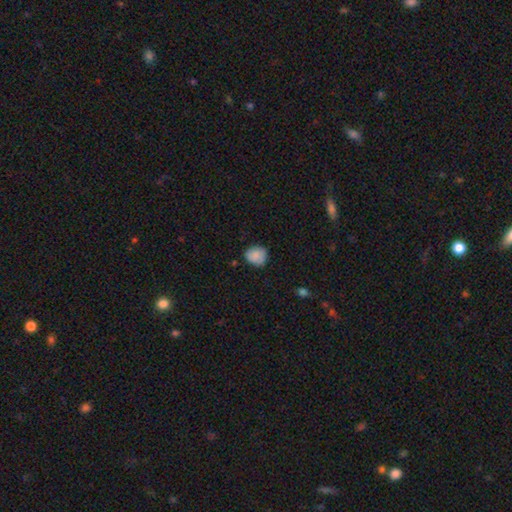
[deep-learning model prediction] Smooth or featured: smooth — 86% (star or artifact — 8%)
How rounded: round — 72% (in between — 27%)
Merging: none — 74% (minor disturbance — 21%)